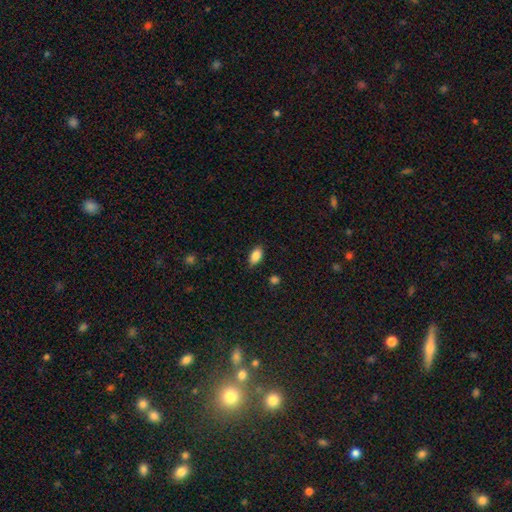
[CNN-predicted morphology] Smooth or featured? Predicted: smooth (p=0.86). How rounded? Predicted: in between (p=0.91). Merging? Predicted: none (p=0.84).